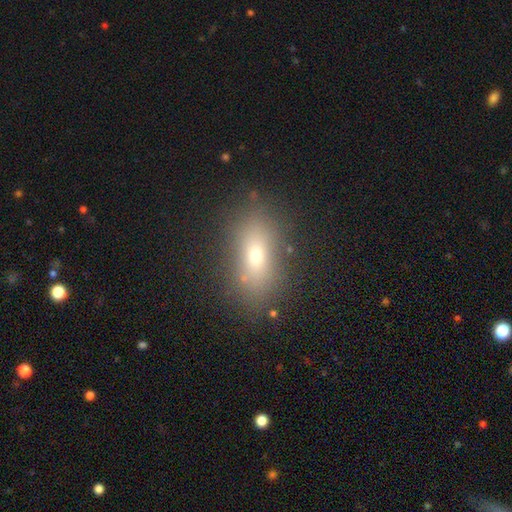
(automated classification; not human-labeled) Smooth or featured?
  - smooth: 67% *
  - featured or disk: 18%
  - star or artifact: 15%
How rounded?
  - in between: 75% *
  - cigar-shaped: 17%
  - round: 8%
Merging?
  - none: 83% *
  - minor disturbance: 11%
  - major disturbance: 4%
  - merger: 2%